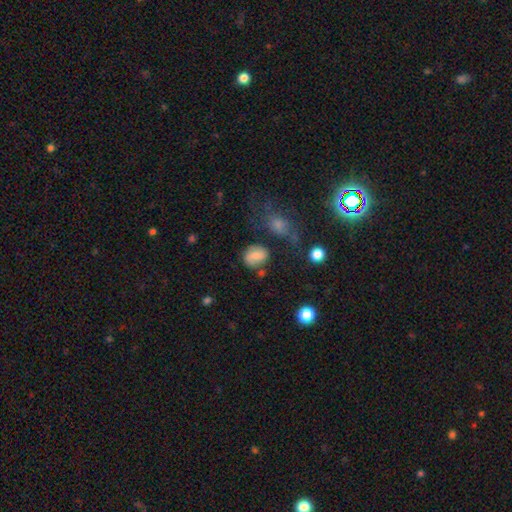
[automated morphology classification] A smooth galaxy with no disk features (73%) that is in between round and cigar-shaped (51%). Merging: none (65%).